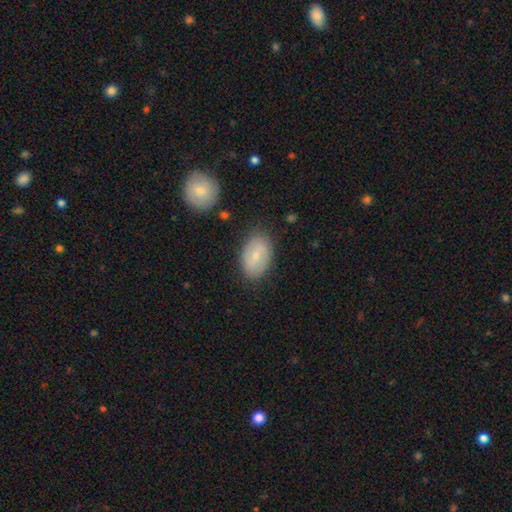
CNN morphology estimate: Q: Smooth or featured?
A: smooth (57%); runner-up: featured or disk (36%)
Q: How rounded?
A: in between (89%); runner-up: round (10%)
Q: Merging?
A: none (81%); runner-up: minor disturbance (13%)